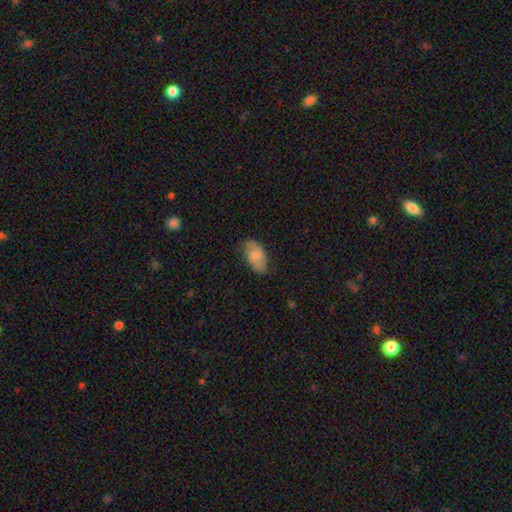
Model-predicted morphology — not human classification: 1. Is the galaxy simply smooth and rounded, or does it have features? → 66% smooth, 28% featured or disk, 6% star or artifact.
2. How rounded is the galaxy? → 94% in between, 4% round, 2% cigar-shaped.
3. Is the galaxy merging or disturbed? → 66% none, 26% minor disturbance, 7% major disturbance, 1% merger.